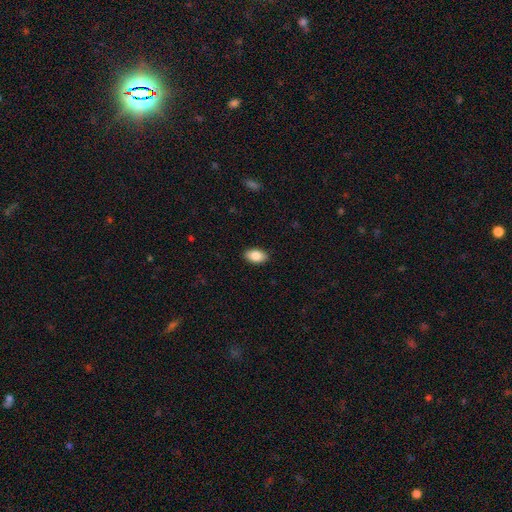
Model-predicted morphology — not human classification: This appears to be a smooth galaxy with no disk features (87%) that is in between round and cigar-shaped (93%). Merging: none (90%).